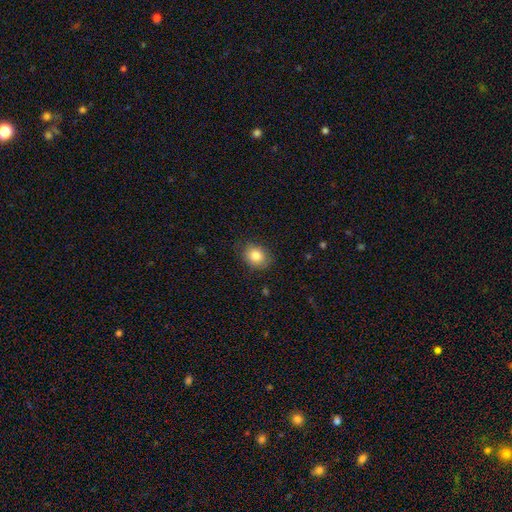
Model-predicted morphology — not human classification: This appears to be a smooth galaxy with no disk features (84%) that is round (55%). Merging: none (83%).